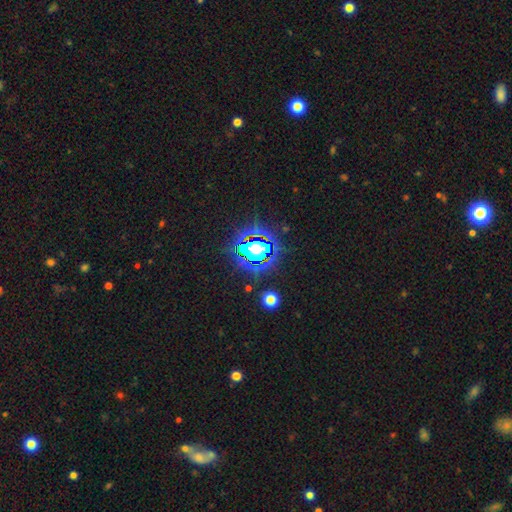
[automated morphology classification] This is clearly a star or artifact rather than a galaxy (80%).